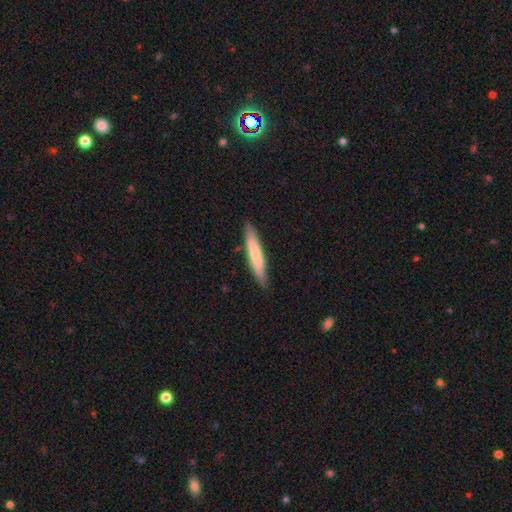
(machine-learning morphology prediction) Smooth or featured? Predicted: smooth (p=0.68). How rounded? Predicted: cigar-shaped (p=0.91). Merging? Predicted: none (p=0.88).